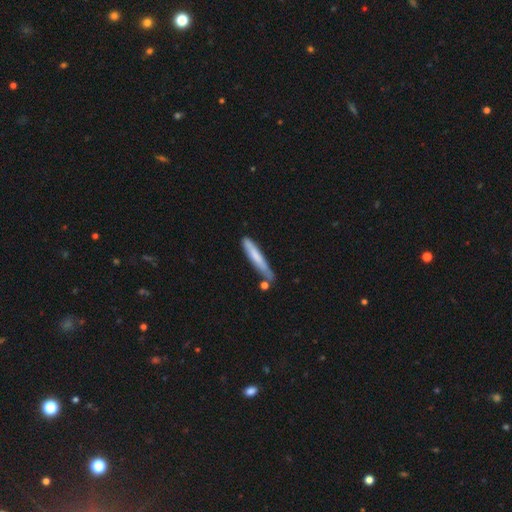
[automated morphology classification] A smooth galaxy with no disk features (68%) that is cigar-shaped (93%). Merging: none (65%).